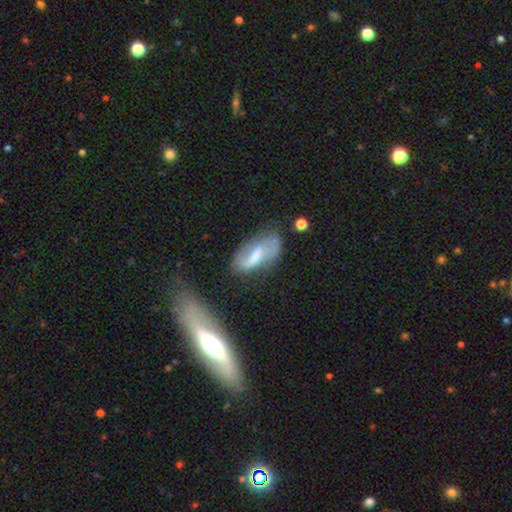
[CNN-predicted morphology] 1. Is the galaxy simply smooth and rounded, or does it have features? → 55% featured or disk, 37% smooth, 8% star or artifact.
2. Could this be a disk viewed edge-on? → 88% no, 12% yes.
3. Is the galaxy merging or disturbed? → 56% none, 25% minor disturbance, 13% major disturbance, 6% merger.